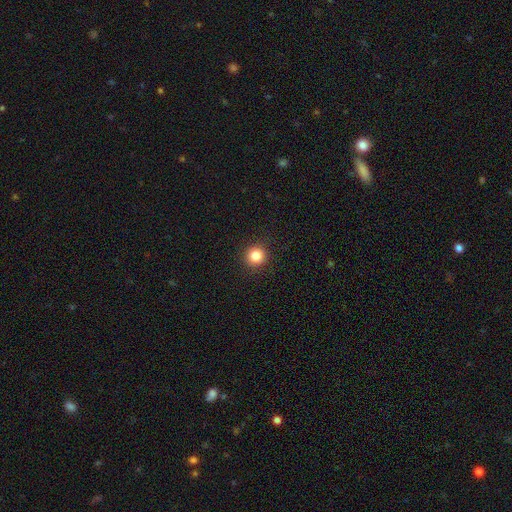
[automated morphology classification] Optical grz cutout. It shows a smooth galaxy with no disk features (84%) that is round (94%). Merging: none (92%).